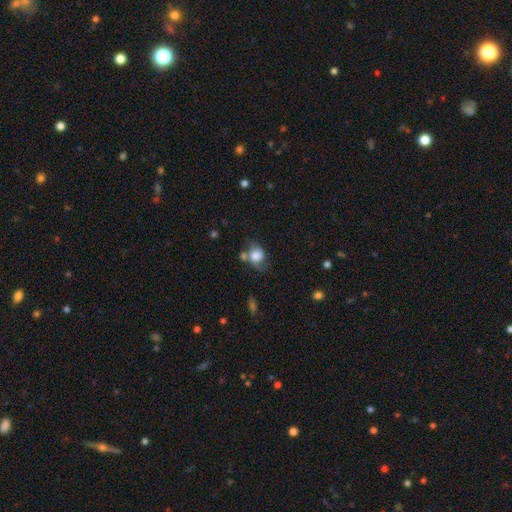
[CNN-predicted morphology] This is likely a smooth galaxy (70%). How rounded: possibly round (56%). Merging: marginally none (42%).